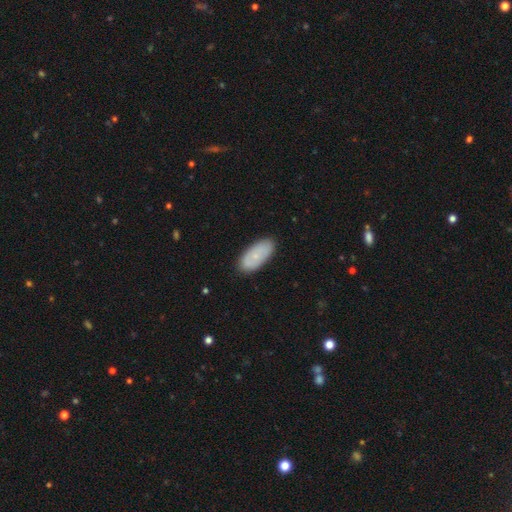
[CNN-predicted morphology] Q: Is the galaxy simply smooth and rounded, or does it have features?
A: smooth — 69%.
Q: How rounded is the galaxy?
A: in between — 91%.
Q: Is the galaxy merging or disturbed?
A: none — 85%.